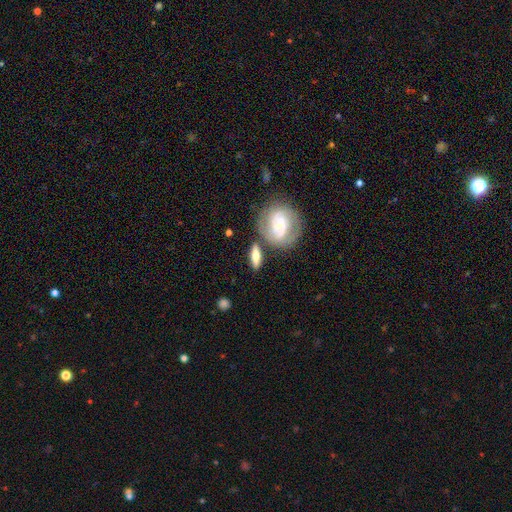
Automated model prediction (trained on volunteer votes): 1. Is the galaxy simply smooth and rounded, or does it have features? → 52% smooth, 42% featured or disk, 6% star or artifact.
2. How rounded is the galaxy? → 49% in between, 38% cigar-shaped, 13% round.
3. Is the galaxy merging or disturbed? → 70% none, 14% minor disturbance, 11% merger, 5% major disturbance.